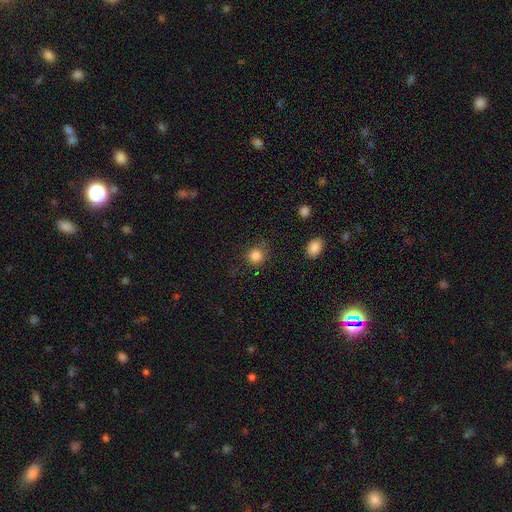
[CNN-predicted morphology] The model was most divided on "merging": none: 75%, minor disturbance: 17%, major disturbance: 5%, merger: 3%. More confident: how rounded — round (87%); smooth or featured — smooth (85%).